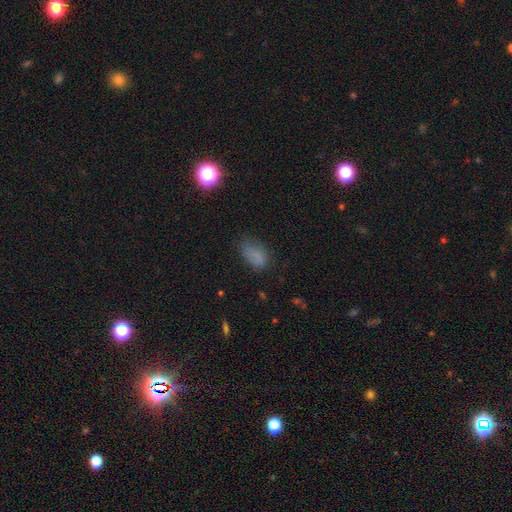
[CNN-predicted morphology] smooth_or_featured: smooth (p=0.77) [alt: star or artifact p=0.14]
how_rounded: in between (p=0.89) [alt: round p=0.09]
merging: none (p=0.54) [alt: minor disturbance p=0.30]